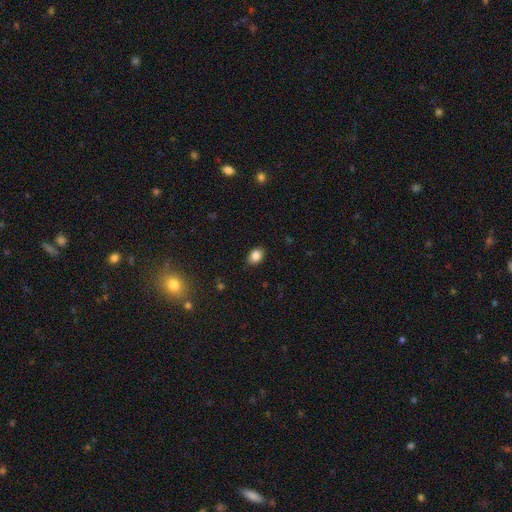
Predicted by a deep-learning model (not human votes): smooth-or-featured: smooth: 85% | star or artifact: 9% | featured or disk: 6%
  how-rounded: in between: 77% | round: 22% | cigar-shaped: 1%
  merging: none: 84% | minor disturbance: 12% | major disturbance: 2% | merger: 1%